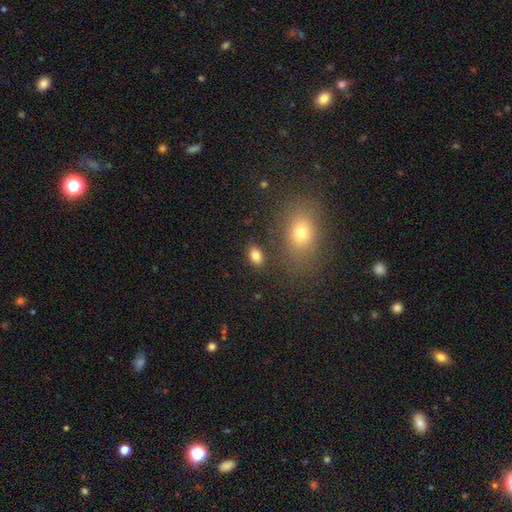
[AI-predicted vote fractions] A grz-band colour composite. It shows a smooth galaxy with no disk features (82%) that is in between round and cigar-shaped (84%). Merging: none (83%).